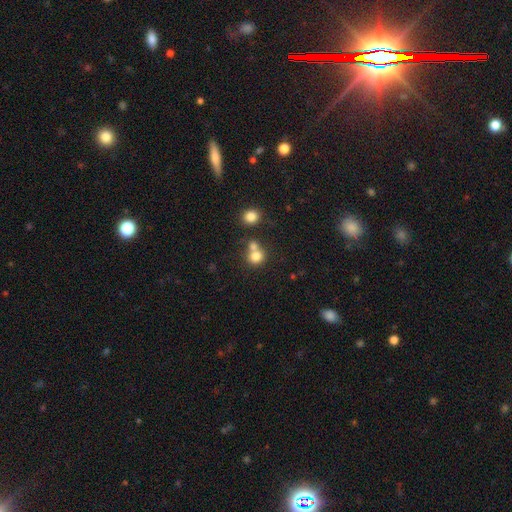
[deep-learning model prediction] The model was most divided on "merging": merger: 45%, none: 43%, minor disturbance: 8%, major disturbance: 4%. More confident: how rounded — round (81%); smooth or featured — smooth (78%).